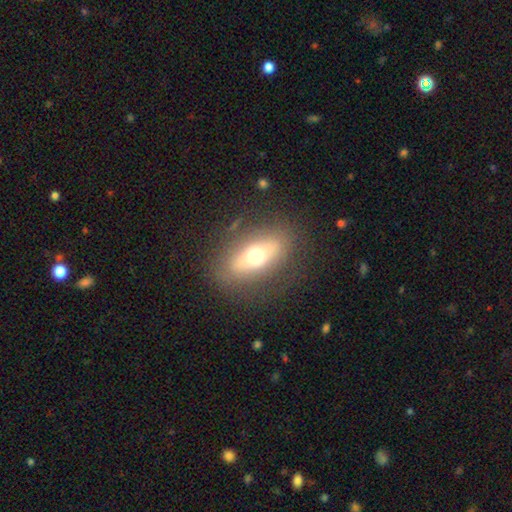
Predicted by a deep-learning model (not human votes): The model was most divided on "smooth or featured": smooth: 53%, featured or disk: 38%, star or artifact: 9%. More confident: merging — none (82%); how rounded — in between (74%).